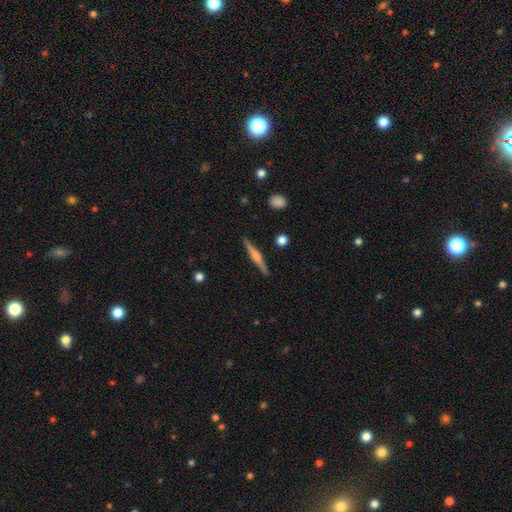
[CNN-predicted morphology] Smooth or featured: featured or disk — 66% (smooth — 28%)
Edge-on disk: yes — 98% (no — 2%)
Edge-on bulge: rounded — 79% (boxy — 12%)
Merging: none — 90% (minor disturbance — 7%)